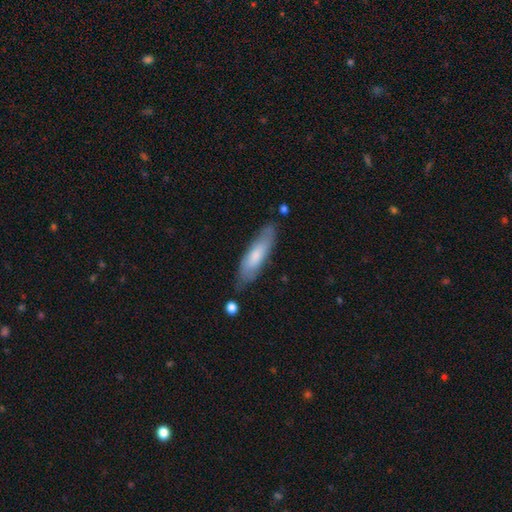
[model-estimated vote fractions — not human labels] Smooth or featured: smooth — 67% (featured or disk — 27%)
How rounded: cigar-shaped — 64% (in between — 34%)
Merging: none — 73% (minor disturbance — 19%)